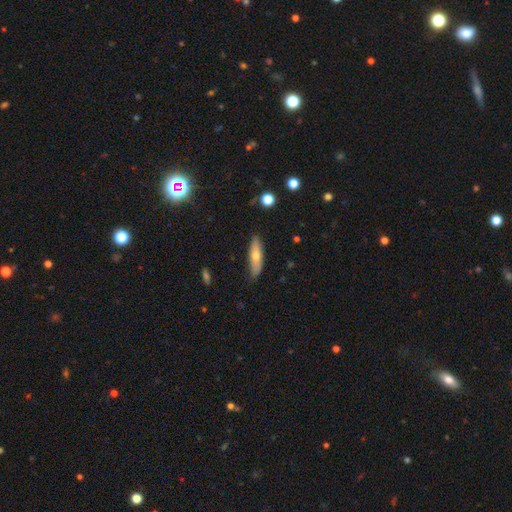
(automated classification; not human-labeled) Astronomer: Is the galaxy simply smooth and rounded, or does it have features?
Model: smooth — 62%.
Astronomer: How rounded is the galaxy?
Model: cigar-shaped — 67%.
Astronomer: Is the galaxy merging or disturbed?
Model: none — 82%.